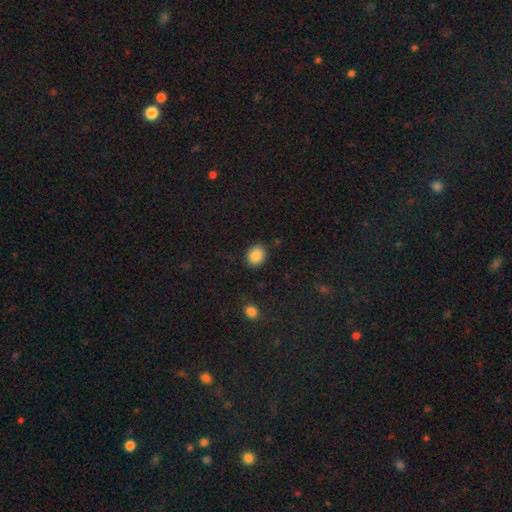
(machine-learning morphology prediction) Smooth or featured? smooth (87%)
How rounded? round (54%)
Merging? none (87%)